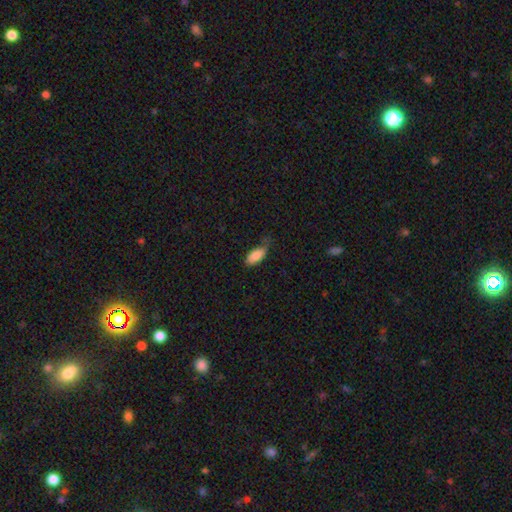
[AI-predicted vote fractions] smooth_or_featured: smooth (p=0.87) [alt: featured or disk p=0.07]
how_rounded: in between (p=0.89) [alt: cigar-shaped p=0.09]
merging: none (p=0.56) [alt: minor disturbance p=0.34]